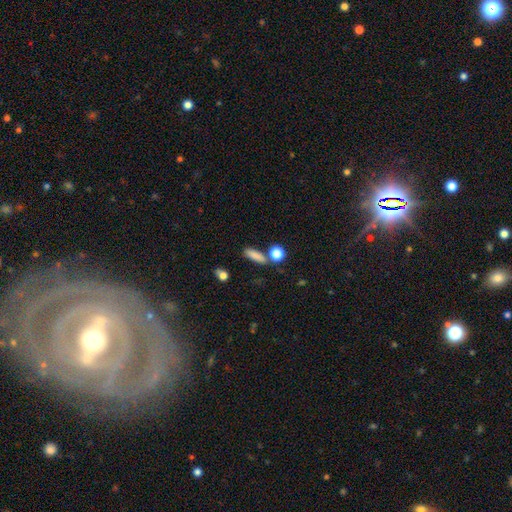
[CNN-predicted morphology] smooth_or_featured: smooth (p=0.83) [alt: star or artifact p=0.10]
how_rounded: cigar-shaped (p=0.50) [alt: in between p=0.38]
merging: none (p=0.74) [alt: minor disturbance p=0.12]